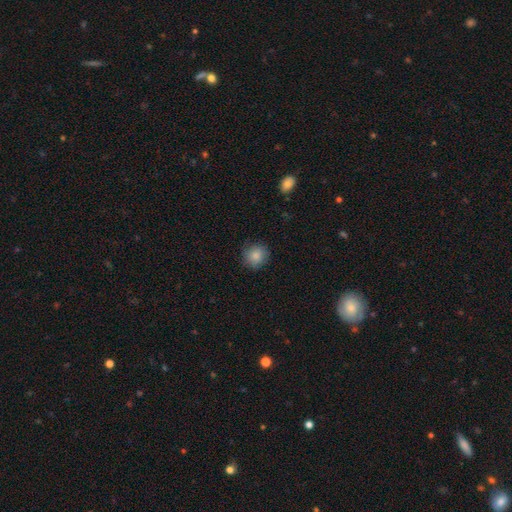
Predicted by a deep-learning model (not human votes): Q: Smooth or featured?
A: smooth (85%); runner-up: star or artifact (9%)
Q: How rounded?
A: round (90%); runner-up: in between (9%)
Q: Merging?
A: none (85%); runner-up: minor disturbance (11%)